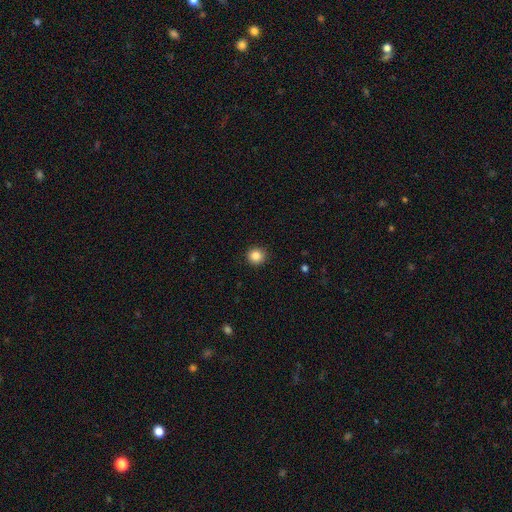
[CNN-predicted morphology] Smooth or featured? Predicted: smooth (p=0.86). How rounded? Predicted: round (p=0.94). Merging? Predicted: none (p=0.92).